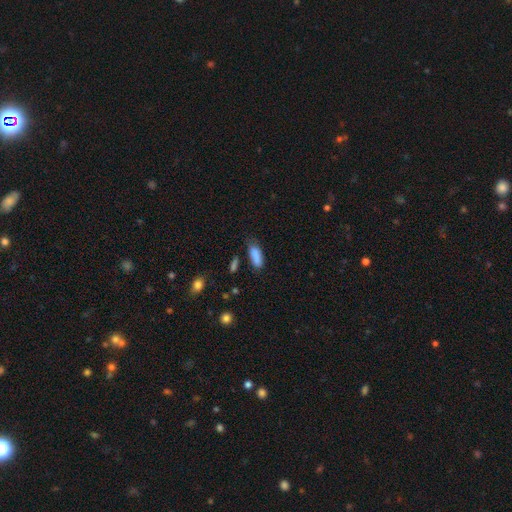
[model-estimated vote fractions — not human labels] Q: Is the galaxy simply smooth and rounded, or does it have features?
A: smooth — 86%.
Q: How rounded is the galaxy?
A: in between — 73%.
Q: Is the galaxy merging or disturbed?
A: none — 60%.